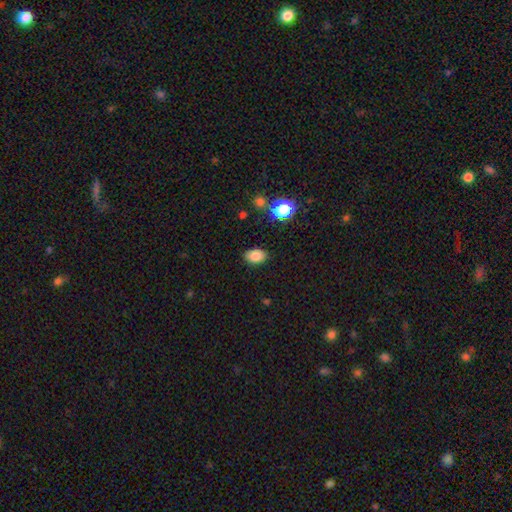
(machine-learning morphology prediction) Smooth or featured? Predicted: smooth (p=0.83). How rounded? Predicted: in between (p=0.82). Merging? Predicted: none (p=0.86).